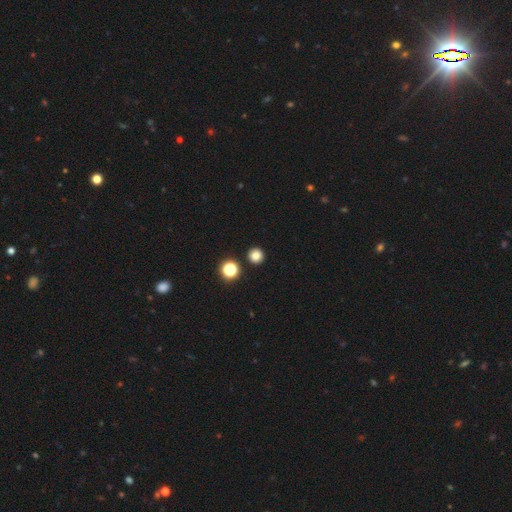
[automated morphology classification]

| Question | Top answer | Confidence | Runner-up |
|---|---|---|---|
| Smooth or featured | smooth | 81% | star or artifact (14%) |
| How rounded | round | 95% | in between (4%) |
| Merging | none | 91% | minor disturbance (4%) |